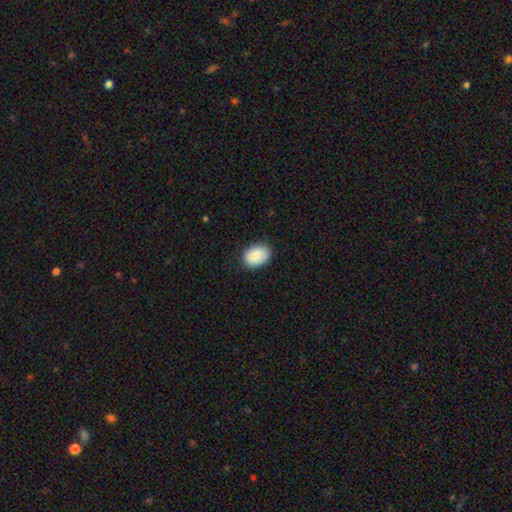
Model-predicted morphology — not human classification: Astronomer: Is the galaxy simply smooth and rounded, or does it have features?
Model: smooth — 87%.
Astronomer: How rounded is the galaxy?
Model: in between — 80%.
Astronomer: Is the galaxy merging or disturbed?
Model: none — 85%.